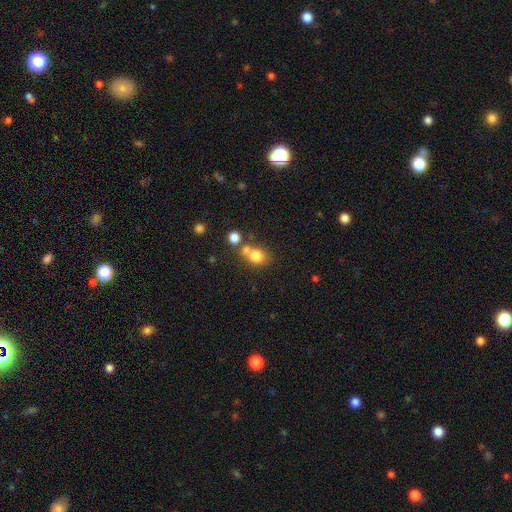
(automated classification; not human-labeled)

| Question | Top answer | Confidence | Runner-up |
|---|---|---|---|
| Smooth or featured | smooth | 77% | star or artifact (12%) |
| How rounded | round | 62% | in between (37%) |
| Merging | none | 48% | merger (37%) |